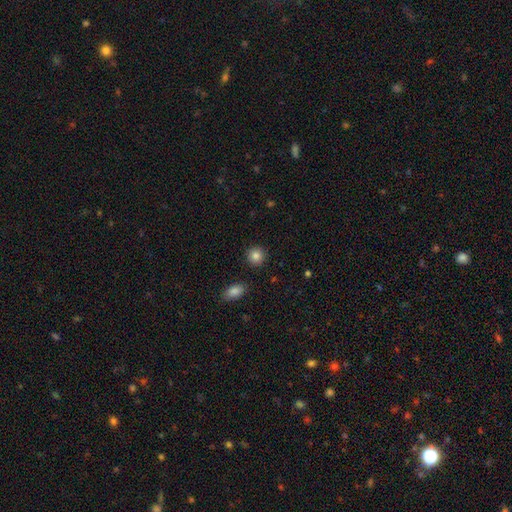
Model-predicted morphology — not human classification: Smooth or featured? Predicted: smooth (p=0.85). How rounded? Predicted: round (p=0.91). Merging? Predicted: none (p=0.91).